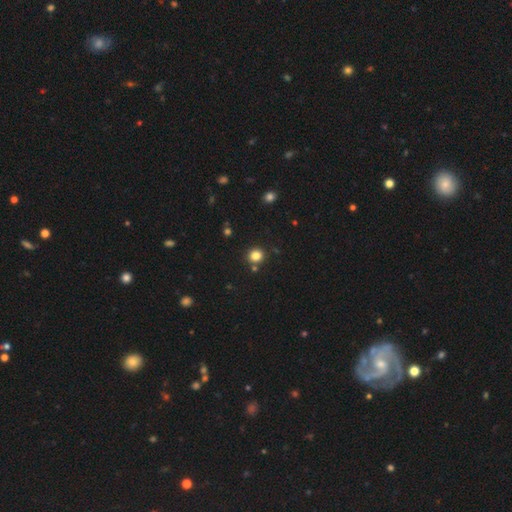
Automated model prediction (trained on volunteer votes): A smooth galaxy with no disk features (82%) that is round (87%). Merging: none (84%).